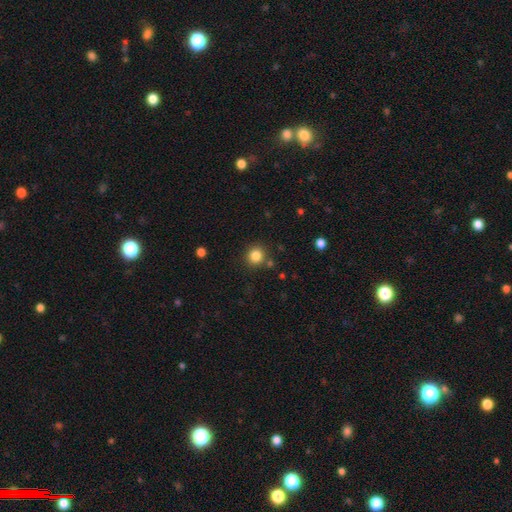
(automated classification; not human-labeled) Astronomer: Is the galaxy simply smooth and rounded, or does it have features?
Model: smooth — 84%.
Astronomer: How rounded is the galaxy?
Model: round — 90%.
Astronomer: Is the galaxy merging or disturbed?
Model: none — 84%.